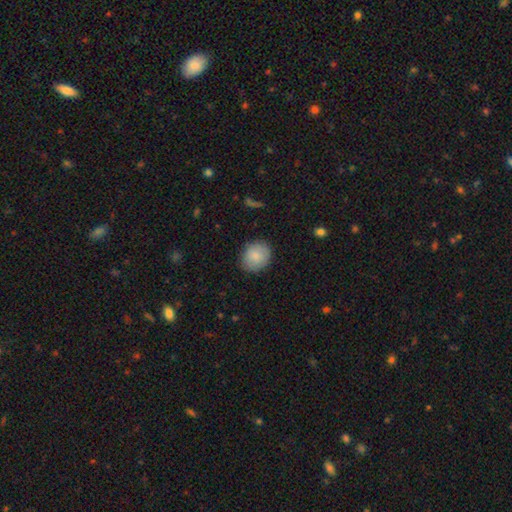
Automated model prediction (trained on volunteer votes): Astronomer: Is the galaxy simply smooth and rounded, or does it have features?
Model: smooth — 86%.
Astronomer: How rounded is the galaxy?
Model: round — 65%.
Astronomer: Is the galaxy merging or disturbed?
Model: none — 85%.